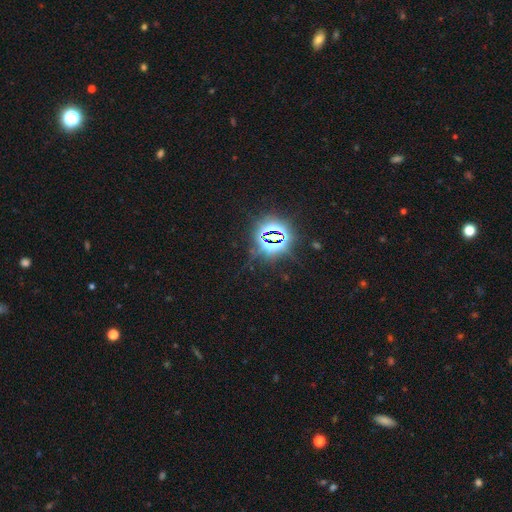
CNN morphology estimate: The model was most divided on "smooth or featured": star or artifact: 85%, smooth: 9%, featured or disk: 6%.